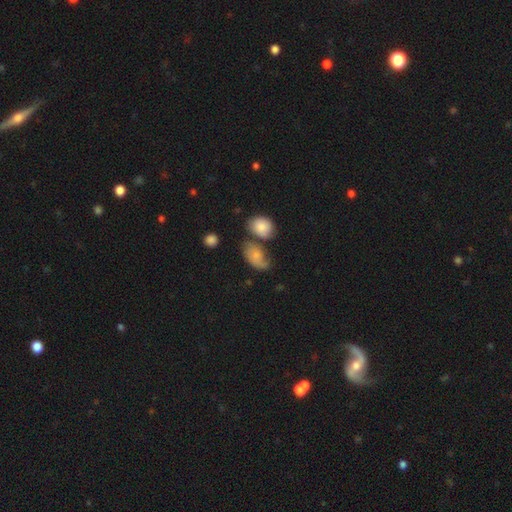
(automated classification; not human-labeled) smooth-or-featured: smooth: 60% | featured or disk: 31% | star or artifact: 9%
  how-rounded: in between: 84% | round: 14% | cigar-shaped: 2%
  merging: none: 37% | minor disturbance: 25% | merger: 23% | major disturbance: 15%